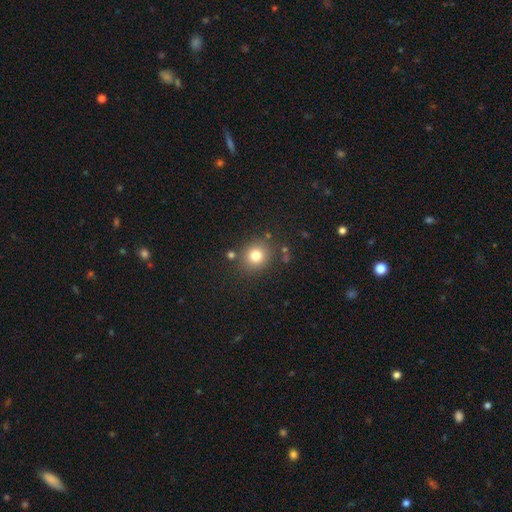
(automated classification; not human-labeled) smooth_or_featured: smooth (p=0.79) [alt: star or artifact p=0.13]
how_rounded: round (p=0.83) [alt: in between p=0.16]
merging: none (p=0.82) [alt: minor disturbance p=0.09]